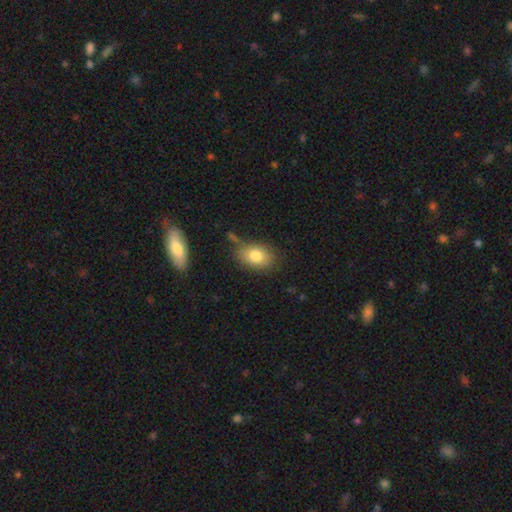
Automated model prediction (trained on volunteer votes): Smooth or featured?
  - smooth: 78% *
  - featured or disk: 12%
  - star or artifact: 9%
How rounded?
  - in between: 72% *
  - round: 27%
  - cigar-shaped: 2%
Merging?
  - none: 64% *
  - minor disturbance: 21%
  - major disturbance: 7%
  - merger: 7%